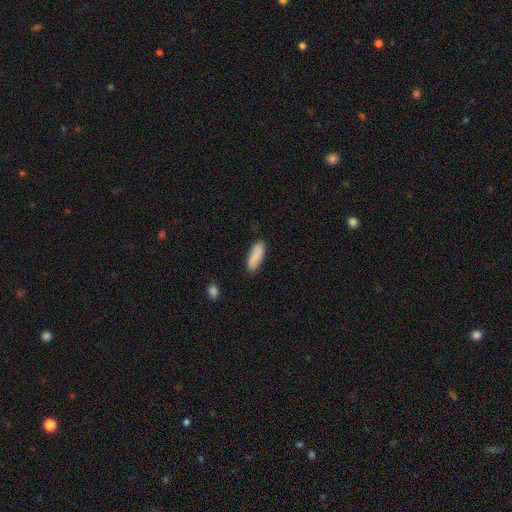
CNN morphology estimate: A smooth galaxy with no disk features (87%) that is in between round and cigar-shaped (56%).

Vote fractions:
- Smooth or featured? smooth: 87% / featured or disk: 7% / star or artifact: 6%
- How rounded? in between: 56% / cigar-shaped: 42% / round: 2%
- Merging? none: 85% / minor disturbance: 11% / major disturbance: 2% / merger: 2%